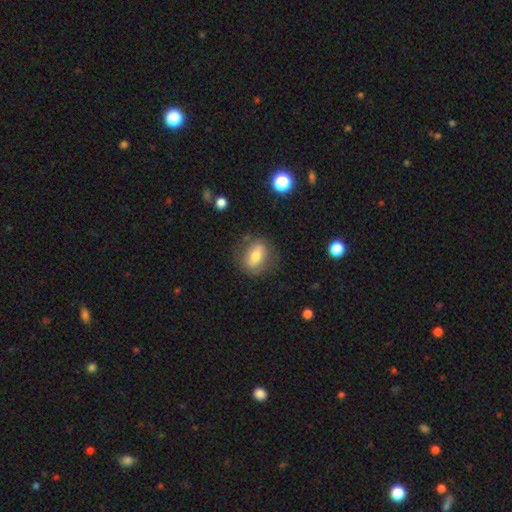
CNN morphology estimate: Smooth or featured: smooth — 61% (featured or disk — 30%)
How rounded: in between — 66% (round — 31%)
Merging: none — 74% (minor disturbance — 17%)